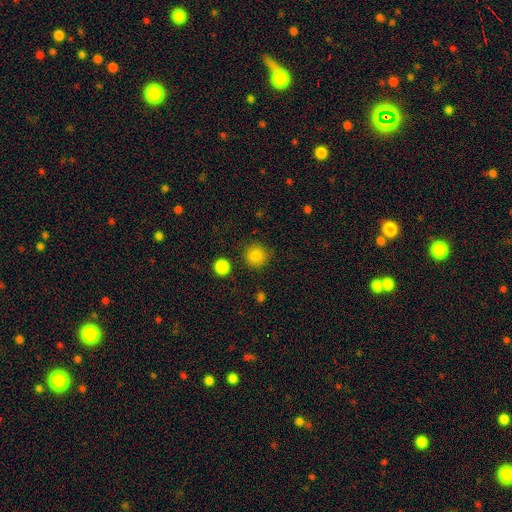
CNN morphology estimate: A smooth galaxy with no disk features (84%) that is round (94%).

Vote fractions:
- Smooth or featured? smooth: 84% / star or artifact: 11% / featured or disk: 5%
- How rounded? round: 94% / in between: 5% / cigar-shaped: 1%
- Merging? none: 88% / minor disturbance: 7% / major disturbance: 2% / merger: 2%